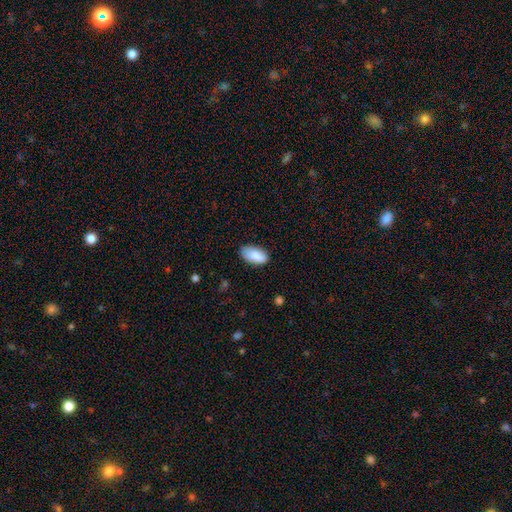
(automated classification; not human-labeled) The model was most divided on "merging": none: 76%, minor disturbance: 19%, major disturbance: 3%, merger: 1%. More confident: how rounded — in between (95%); smooth or featured — smooth (88%).